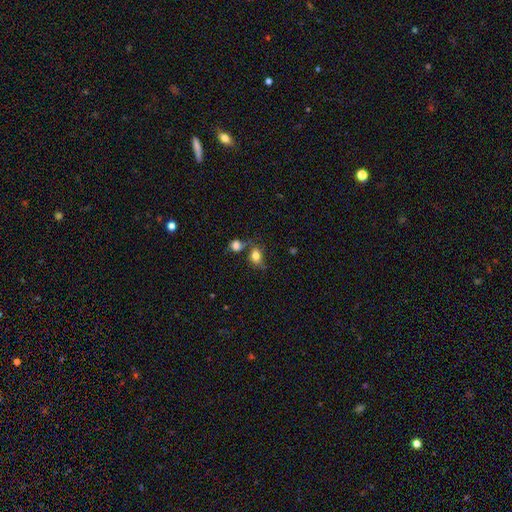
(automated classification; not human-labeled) Smooth or featured?
  - smooth: 78% *
  - featured or disk: 11%
  - star or artifact: 11%
How rounded?
  - in between: 66% *
  - round: 32%
  - cigar-shaped: 2%
Merging?
  - none: 52% *
  - merger: 23%
  - minor disturbance: 18%
  - major disturbance: 7%